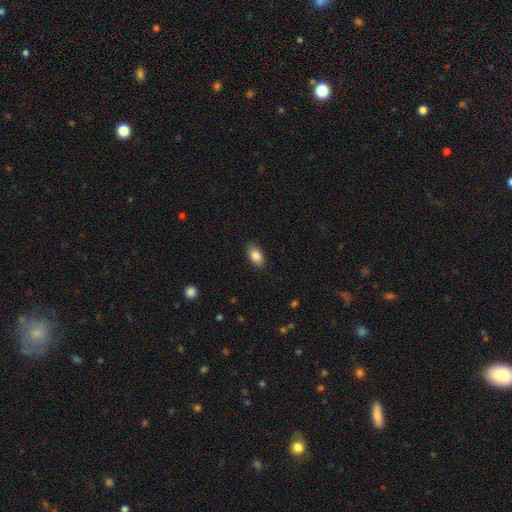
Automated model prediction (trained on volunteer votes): The model was most divided on "smooth or featured": smooth: 85%, featured or disk: 8%, star or artifact: 7%. More confident: how rounded — in between (91%); merging — none (88%).